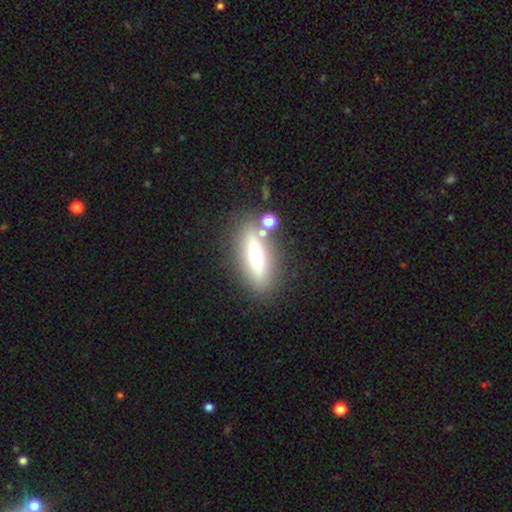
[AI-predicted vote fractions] Overall: featured or disk (46%; smooth 44%). Merging: none (79%).